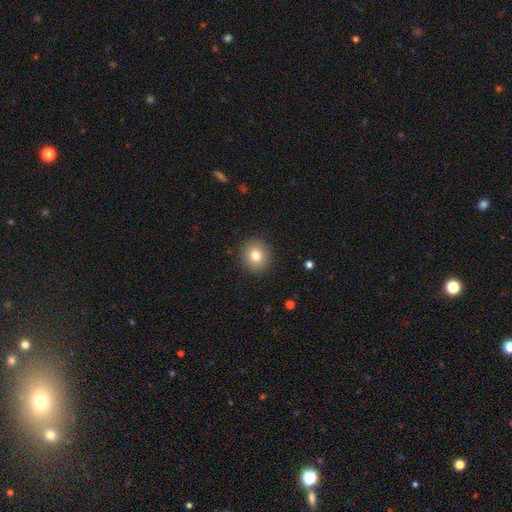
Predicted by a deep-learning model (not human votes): Smooth or featured? smooth (82%)
How rounded? round (82%)
Merging? none (90%)